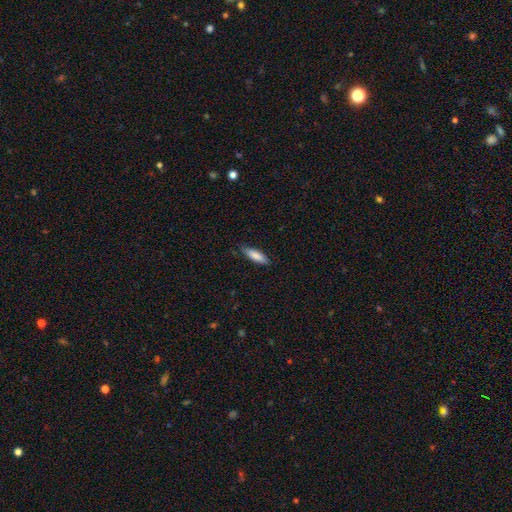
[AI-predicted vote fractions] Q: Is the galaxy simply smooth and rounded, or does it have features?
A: smooth — 83%.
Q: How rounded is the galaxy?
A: cigar-shaped — 57%.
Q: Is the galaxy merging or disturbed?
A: none — 84%.